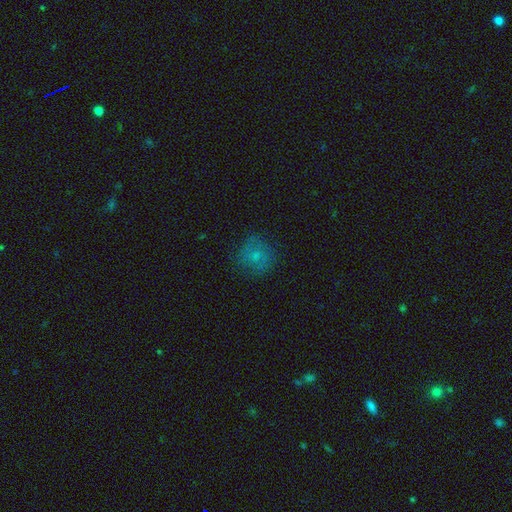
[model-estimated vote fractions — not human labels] Smooth or featured? smooth (61%)
How rounded? round (84%)
Merging? none (73%)